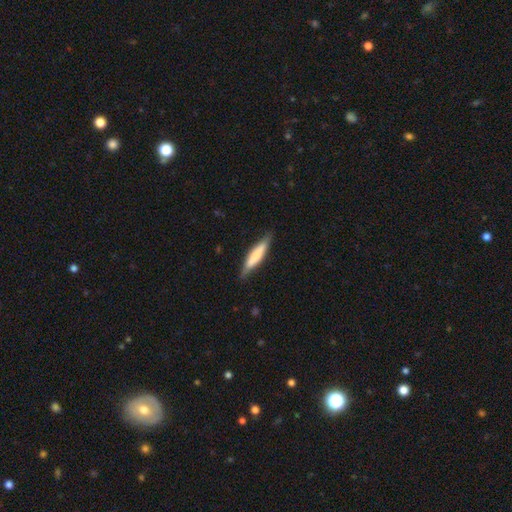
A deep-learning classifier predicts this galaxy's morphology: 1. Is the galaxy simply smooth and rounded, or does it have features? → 63% smooth, 32% featured or disk, 5% star or artifact.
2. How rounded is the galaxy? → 83% cigar-shaped, 16% in between, 1% round.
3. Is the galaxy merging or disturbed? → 83% none, 14% minor disturbance, 2% major disturbance, 1% merger.